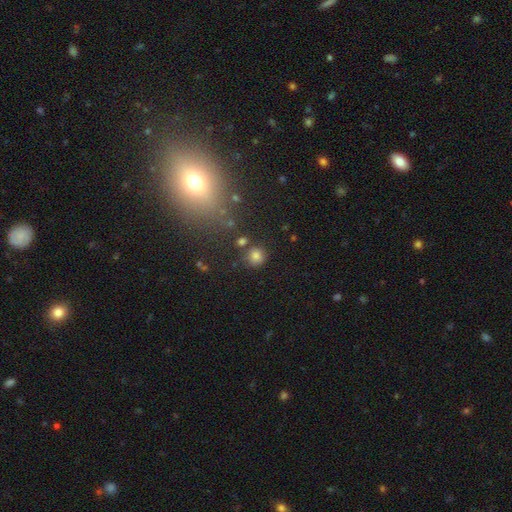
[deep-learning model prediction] smooth_or_featured: smooth (p=0.79) [alt: star or artifact p=0.14]
how_rounded: round (p=0.88) [alt: in between p=0.11]
merging: none (p=0.75) [alt: minor disturbance p=0.12]